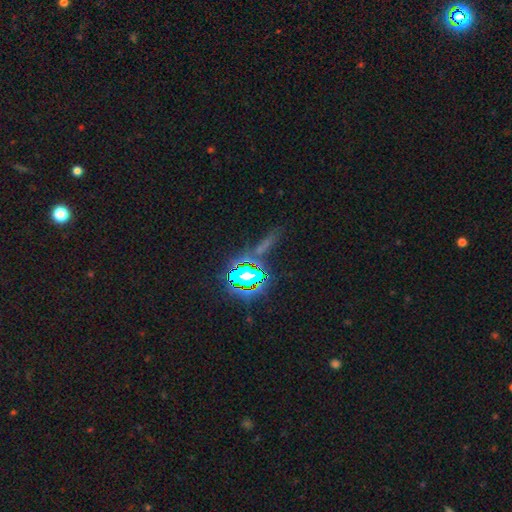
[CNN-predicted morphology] smooth_or_featured: star or artifact (p=0.81) [alt: smooth p=0.11]